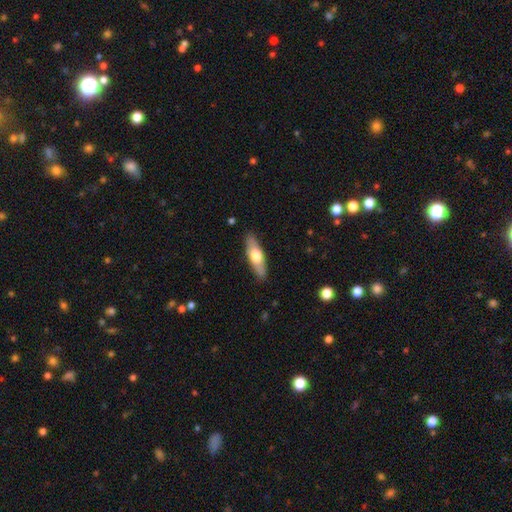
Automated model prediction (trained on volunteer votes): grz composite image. It shows a smooth galaxy with no disk features (57%) that is cigar-shaped (49%). Merging: none (88%).